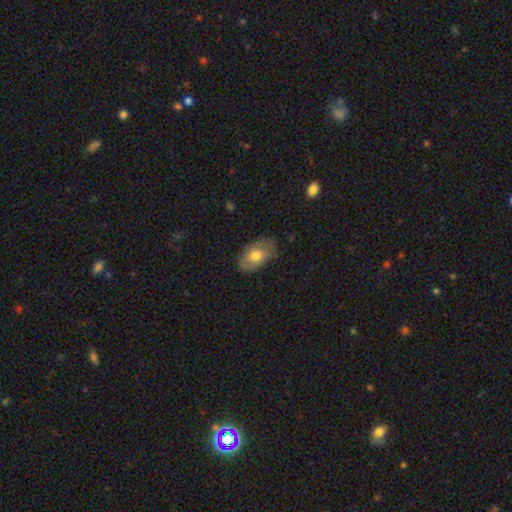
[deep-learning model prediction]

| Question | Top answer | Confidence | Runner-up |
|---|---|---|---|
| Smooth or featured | smooth | 64% | featured or disk (29%) |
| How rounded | in between | 91% | round (7%) |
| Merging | none | 72% | minor disturbance (22%) |